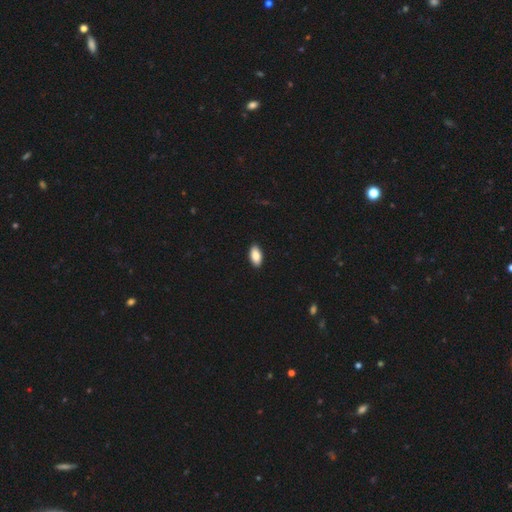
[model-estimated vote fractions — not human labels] smooth 88%, star or artifact 7%, featured or disk 6%. Down the decision tree: how rounded — in between (93%); merging — none (90%).